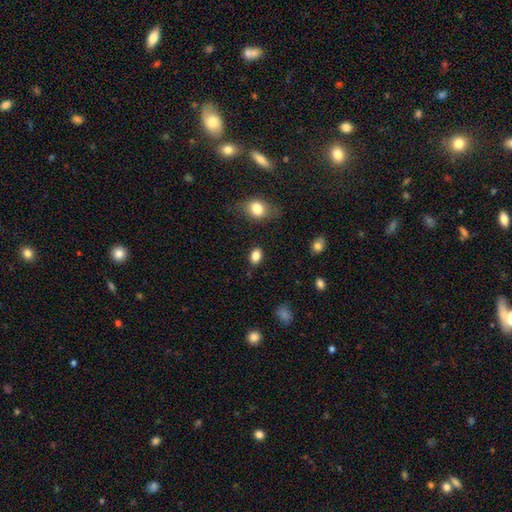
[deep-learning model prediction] Morphology: type=smooth (84%); roundness=in between (77%); merging=none (84%).